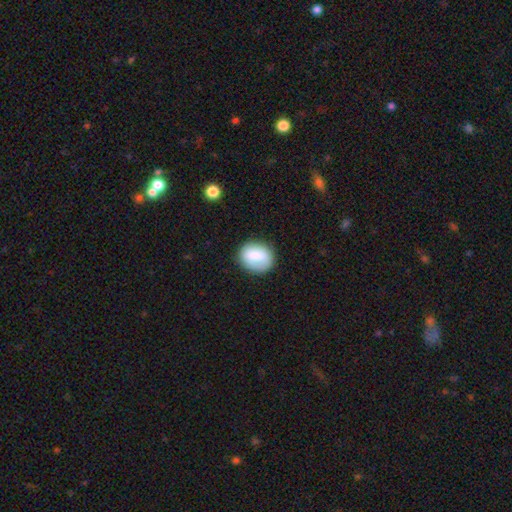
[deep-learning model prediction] Smooth or featured: smooth — 76% (featured or disk — 17%)
How rounded: round — 57% (in between — 41%)
Merging: none — 77% (minor disturbance — 16%)